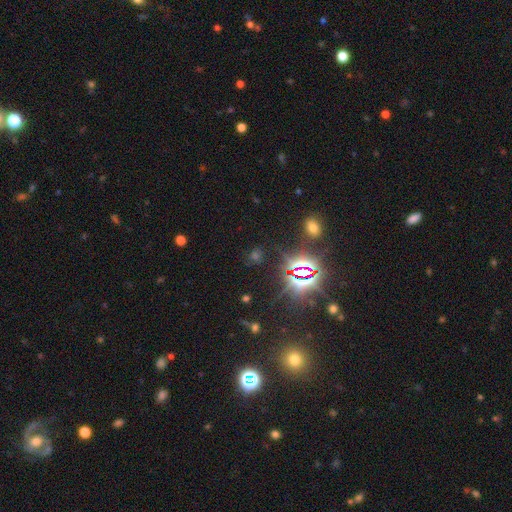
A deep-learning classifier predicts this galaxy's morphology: Smooth or featured?
  - star or artifact: 73% *
  - smooth: 18%
  - featured or disk: 9%